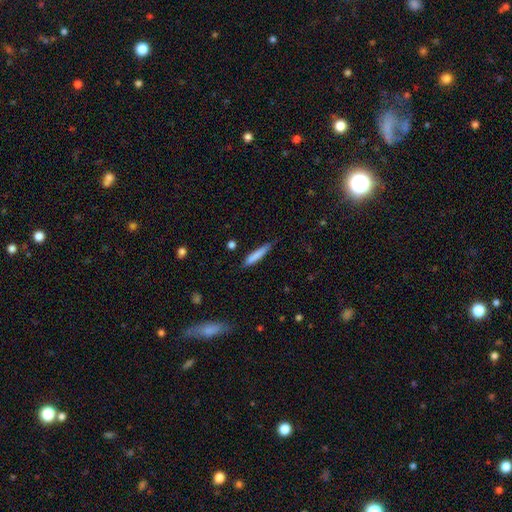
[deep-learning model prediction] This appears to be a smooth galaxy with no disk features (81%) that is cigar-shaped (91%). Merging: none (75%).